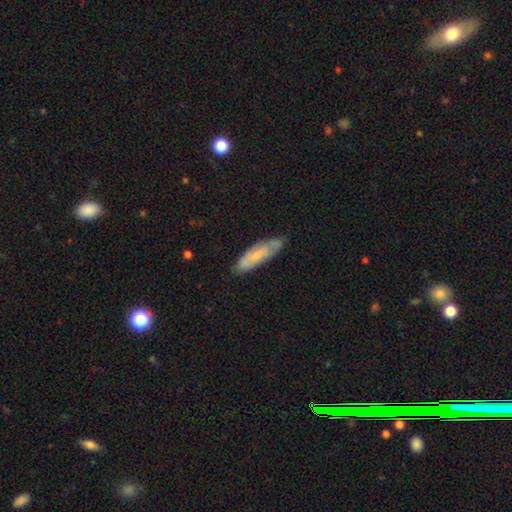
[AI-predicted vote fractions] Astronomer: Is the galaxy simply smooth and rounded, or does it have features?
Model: smooth — 60%.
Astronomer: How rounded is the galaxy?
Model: cigar-shaped — 56% (runner-up: in between, 43%).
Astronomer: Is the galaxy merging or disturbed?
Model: none — 70%.